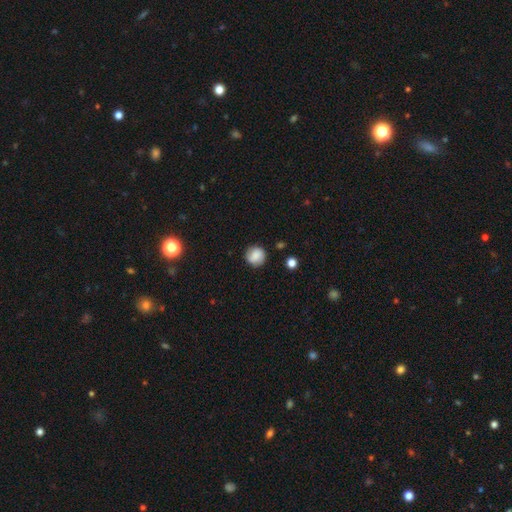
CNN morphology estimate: This is likely a smooth galaxy (80%). How rounded: clearly round (89%). Merging: clearly none (82%).